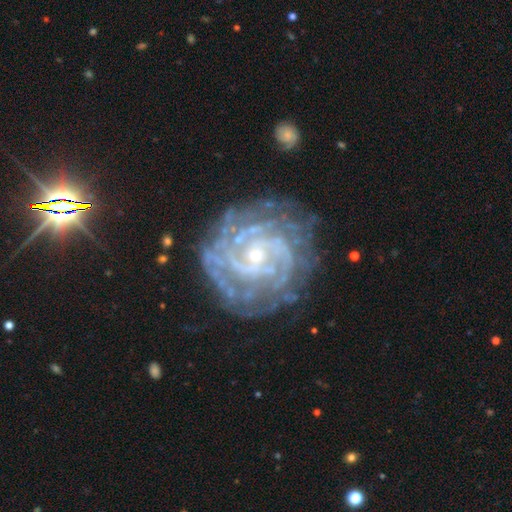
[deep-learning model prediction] Morphology: type=featured or disk (90%); edge-on=no (98%); bar=no (62%); spiral arms=yes (97%); winding=tight (77%); arm count=can't tell (25%); bulge=small (74%); merging=none (75%).